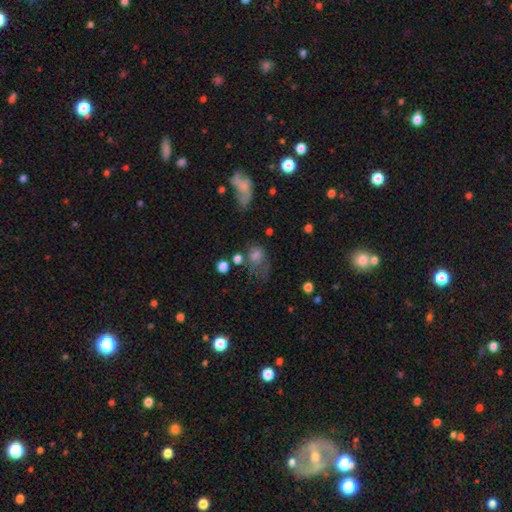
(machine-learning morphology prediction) The model was most divided on "merging": none: 34%, major disturbance: 33%, minor disturbance: 24%, merger: 9%. More confident: how rounded — in between (61%); smooth or featured — smooth (59%).